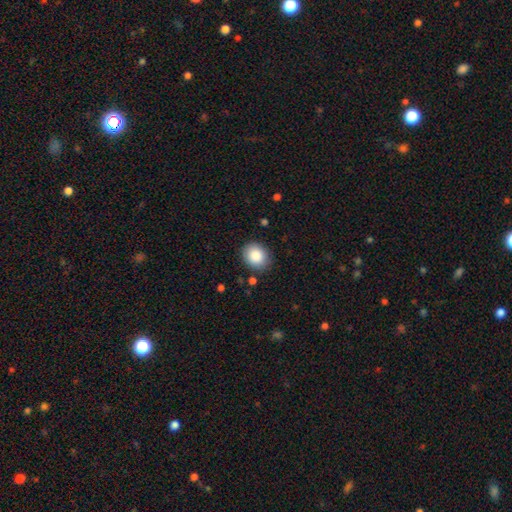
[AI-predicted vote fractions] The model was most divided on "how rounded": round: 62%, in between: 37%, cigar-shaped: 1%. More confident: smooth or featured — smooth (87%); merging — none (87%).